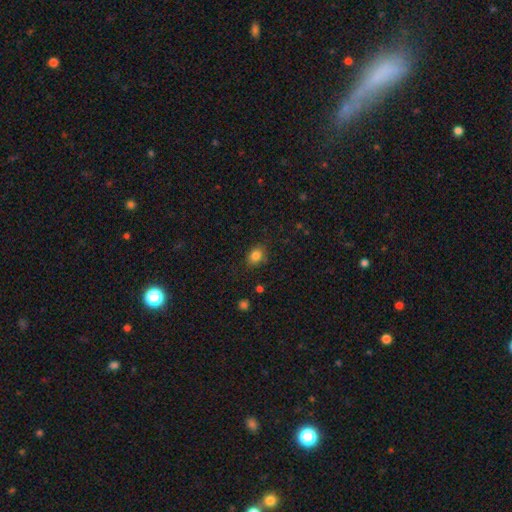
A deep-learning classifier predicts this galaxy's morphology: Smooth or featured? Predicted: smooth (p=0.83). How rounded? Predicted: in between (p=0.53). Merging? Predicted: none (p=0.81).